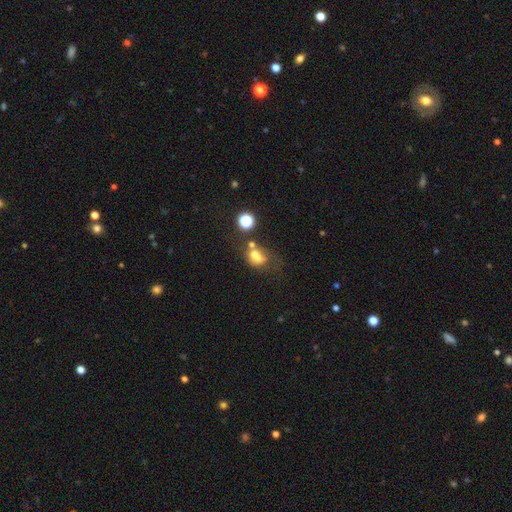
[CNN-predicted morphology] A smooth galaxy with no disk features (58%) that is in between round and cigar-shaped (57%).

Vote fractions:
- Smooth or featured? smooth: 58% / featured or disk: 23% / star or artifact: 19%
- How rounded? in between: 57% / round: 41% / cigar-shaped: 2%
- Merging? merger: 37% / none: 29% / major disturbance: 17% / minor disturbance: 17%